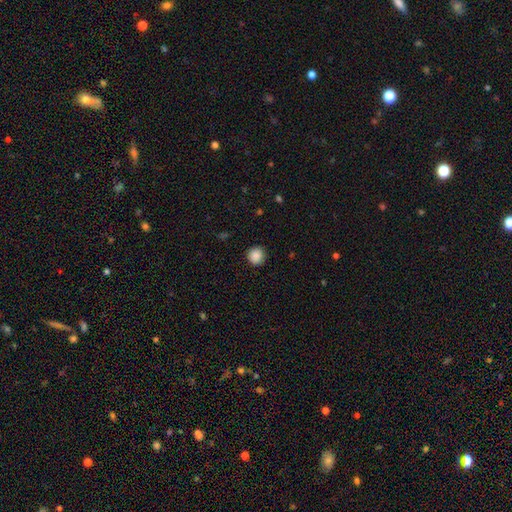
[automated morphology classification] Smooth or featured? smooth (88%)
How rounded? round (92%)
Merging? none (90%)